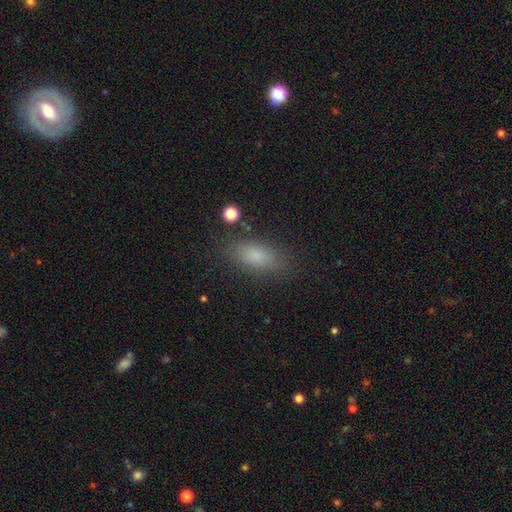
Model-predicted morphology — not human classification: This appears to be a smooth galaxy with no disk features (79%) that is in between round and cigar-shaped (81%). Merging: none (81%).